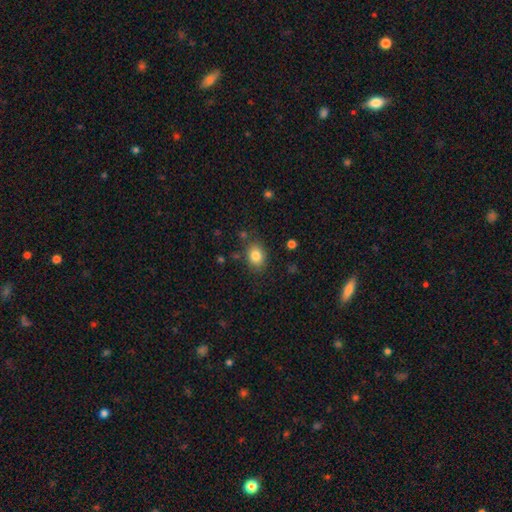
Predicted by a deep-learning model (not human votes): Overall: smooth (83%). How rounded: in between (57%; round 42%). Merging: none (81%).